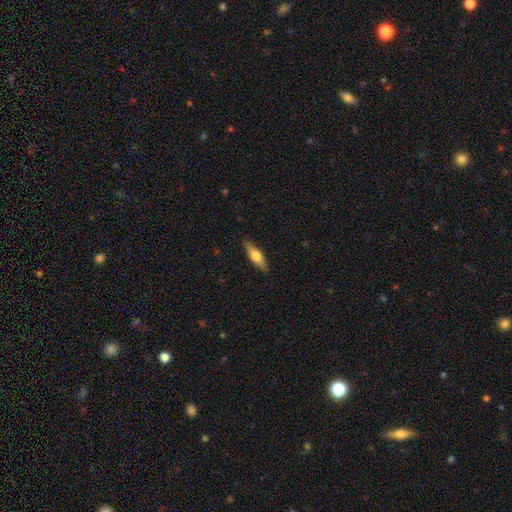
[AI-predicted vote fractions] smooth-or-featured: smooth: 62% | featured or disk: 32% | star or artifact: 6%
  how-rounded: cigar-shaped: 54% | in between: 43% | round: 2%
  merging: none: 86% | minor disturbance: 11% | major disturbance: 2% | merger: 1%